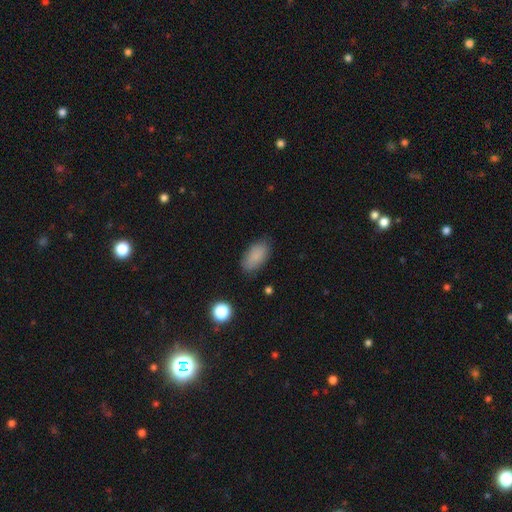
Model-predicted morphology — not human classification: A smooth galaxy with no disk features (87%) that is in between round and cigar-shaped (91%). Merging: none (82%).